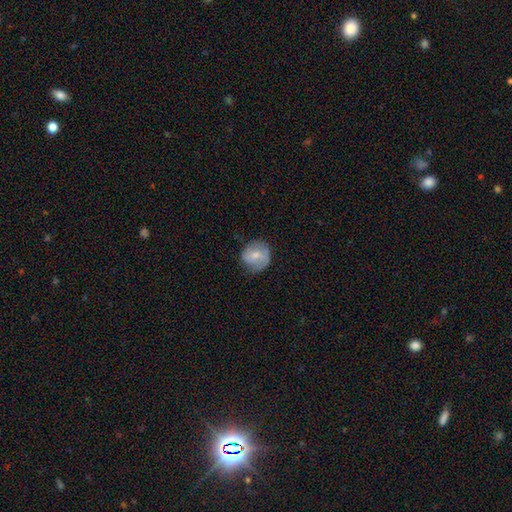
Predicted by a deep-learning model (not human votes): A smooth galaxy with no disk features (58%) that is round (82%).

Vote fractions:
- Smooth or featured? smooth: 58% / featured or disk: 35% / star or artifact: 7%
- How rounded? round: 82% / in between: 17% / cigar-shaped: 1%
- Merging? none: 65% / minor disturbance: 26% / major disturbance: 8% / merger: 1%